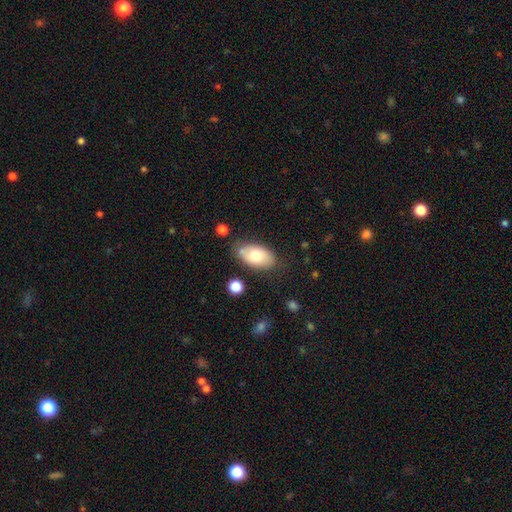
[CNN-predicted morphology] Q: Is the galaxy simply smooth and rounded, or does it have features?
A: smooth — 73%.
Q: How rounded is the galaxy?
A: in between — 93%.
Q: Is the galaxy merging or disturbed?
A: none — 71%.